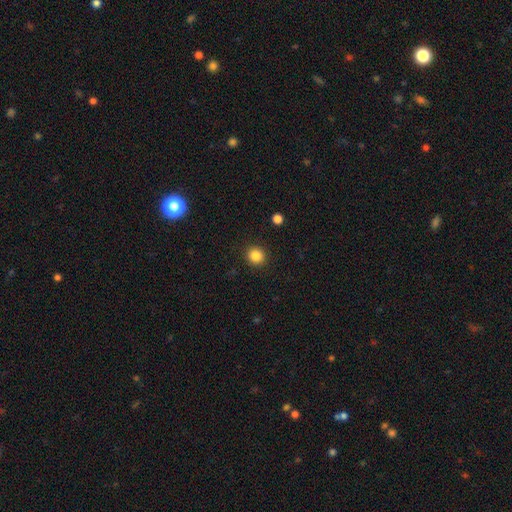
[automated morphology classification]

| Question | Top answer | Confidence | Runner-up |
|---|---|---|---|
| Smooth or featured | smooth | 85% | star or artifact (11%) |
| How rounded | round | 89% | in between (10%) |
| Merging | none | 92% | minor disturbance (5%) |